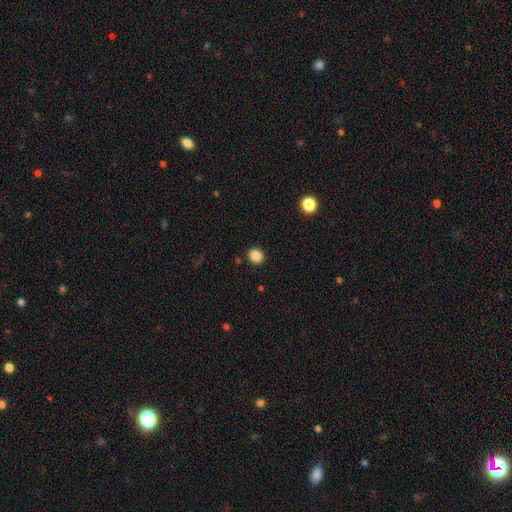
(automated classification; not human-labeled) The model was most divided on "how rounded": round: 72%, in between: 28%, cigar-shaped: 1%. More confident: merging — none (89%); smooth or featured — smooth (87%).